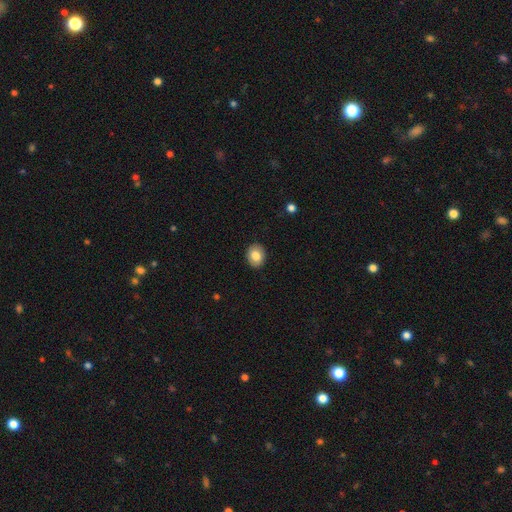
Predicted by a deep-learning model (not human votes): The model was most divided on "how rounded": in between: 50%, round: 49%, cigar-shaped: 1%. More confident: merging — none (90%); smooth or featured — smooth (82%).